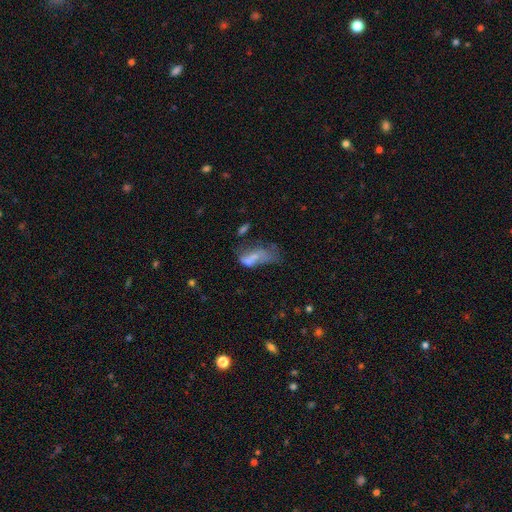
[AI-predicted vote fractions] A smooth galaxy with no disk features (50%).

Vote fractions:
- Smooth or featured? smooth: 50% / featured or disk: 36% / star or artifact: 15%
- Merging? major disturbance: 38% / merger: 23% / none: 21% / minor disturbance: 18%